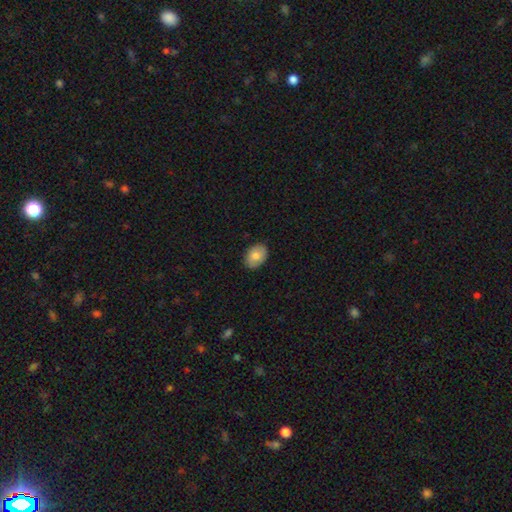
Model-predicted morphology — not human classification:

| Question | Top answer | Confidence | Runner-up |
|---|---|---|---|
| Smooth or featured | smooth | 80% | featured or disk (13%) |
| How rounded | in between | 77% | round (22%) |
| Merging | none | 86% | minor disturbance (11%) |